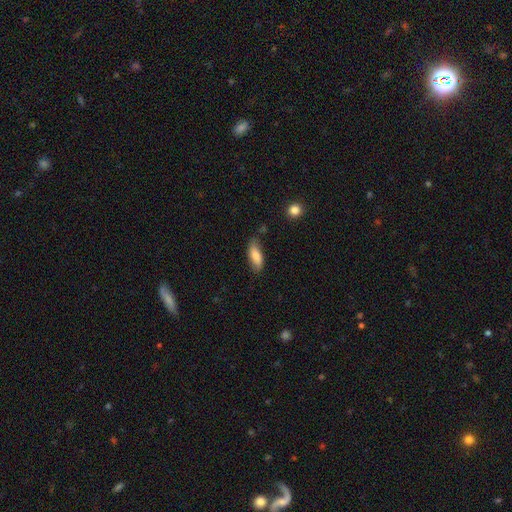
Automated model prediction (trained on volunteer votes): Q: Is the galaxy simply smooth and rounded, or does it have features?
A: smooth — 76%.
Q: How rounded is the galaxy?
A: in between — 76%.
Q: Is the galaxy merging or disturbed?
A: none — 67%.